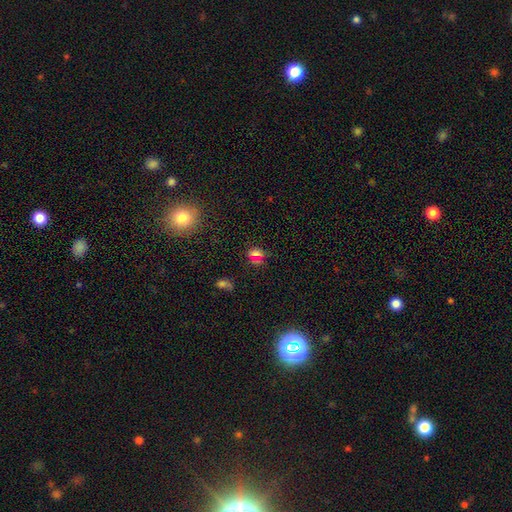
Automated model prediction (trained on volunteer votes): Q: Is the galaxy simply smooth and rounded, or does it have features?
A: smooth — 51%.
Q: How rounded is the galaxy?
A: round — 66%.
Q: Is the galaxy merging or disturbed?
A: none — 75%.